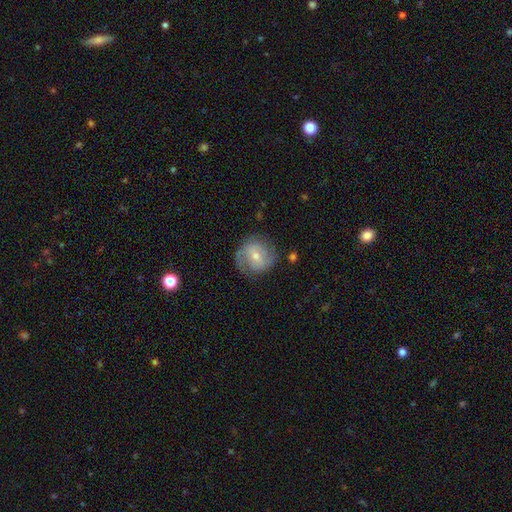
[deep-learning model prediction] Smooth or featured? Predicted: featured or disk (p=0.69). Edge-on disk? Predicted: no (p=0.97). Bar? Predicted: weak (p=0.44). Spiral arms? Predicted: yes (p=0.87). Spiral winding? Predicted: medium (p=0.41, tied with tight). Spiral arm count? Predicted: 2 (p=0.72). Bulge size? Predicted: small (p=0.53). Merging? Predicted: none (p=0.76).